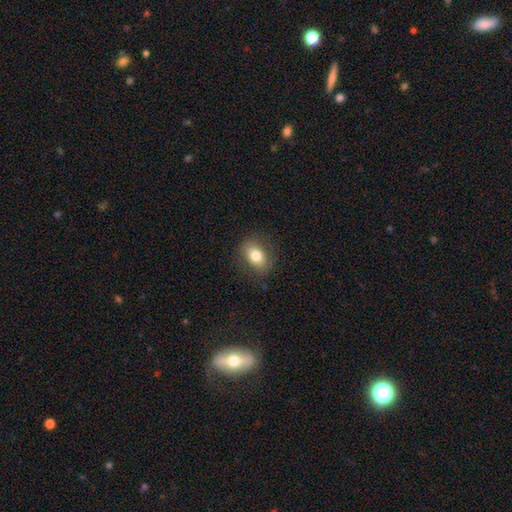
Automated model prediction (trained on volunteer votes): Smooth or featured?
  - smooth: 78% *
  - featured or disk: 13%
  - star or artifact: 9%
How rounded?
  - in between: 71% *
  - round: 27%
  - cigar-shaped: 2%
Merging?
  - none: 81% *
  - minor disturbance: 13%
  - major disturbance: 4%
  - merger: 1%